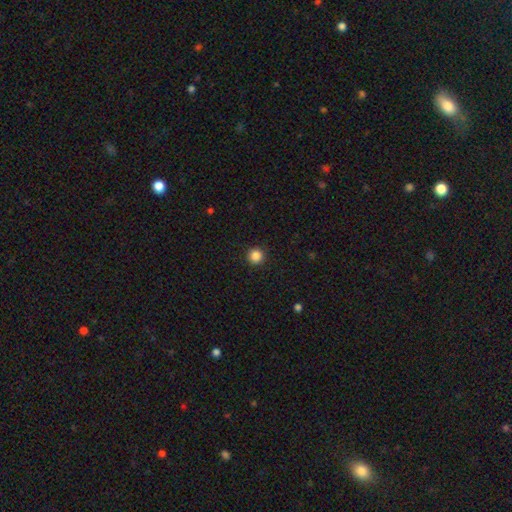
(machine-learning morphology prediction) smooth_or_featured: smooth (p=0.86) [alt: star or artifact p=0.11]
how_rounded: round (p=0.96) [alt: in between p=0.03]
merging: none (p=0.93) [alt: minor disturbance p=0.04]